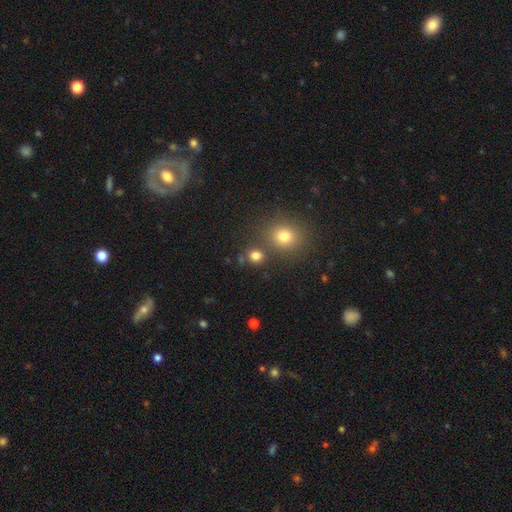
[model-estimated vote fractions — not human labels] Smooth or featured?
  - smooth: 78% *
  - star or artifact: 16%
  - featured or disk: 6%
How rounded?
  - round: 85% *
  - in between: 13%
  - cigar-shaped: 1%
Merging?
  - none: 76% *
  - merger: 13%
  - minor disturbance: 8%
  - major disturbance: 3%